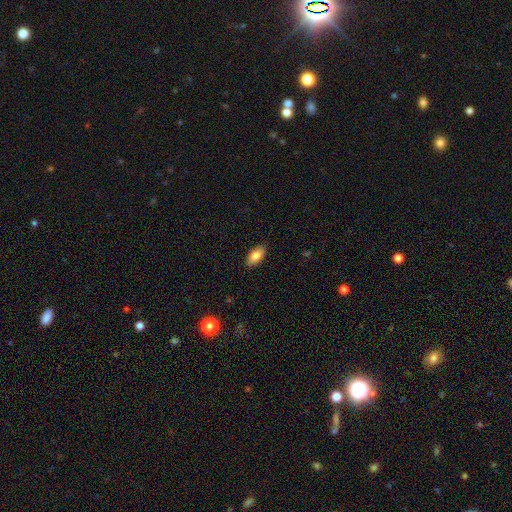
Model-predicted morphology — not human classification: Smooth or featured? Predicted: smooth (p=0.82). How rounded? Predicted: in between (p=0.91). Merging? Predicted: none (p=0.88).